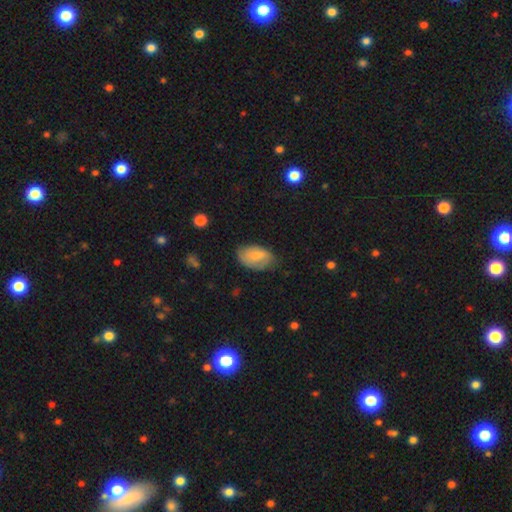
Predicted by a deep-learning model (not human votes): Morphology: type=smooth (72%); roundness=in between (92%); merging=none (64%).